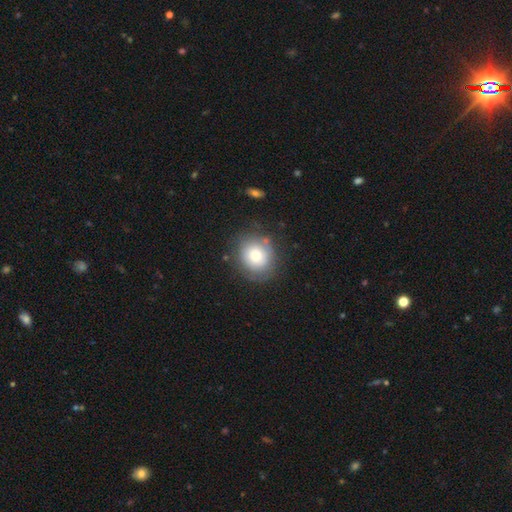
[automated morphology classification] smooth_or_featured: smooth (p=0.68) [alt: featured or disk p=0.22]
how_rounded: round (p=0.84) [alt: in between p=0.15]
merging: none (p=0.77) [alt: minor disturbance p=0.15]